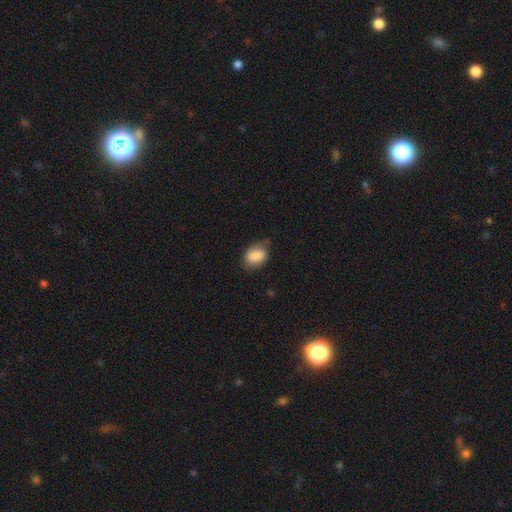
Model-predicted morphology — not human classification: type=smooth (85%); roundness=in between (79%); merging=none (62%).